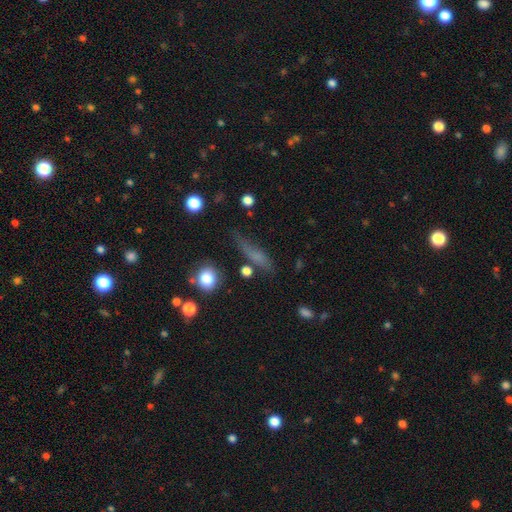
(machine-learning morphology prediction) This appears to be a smooth galaxy with no disk features (59%) that is cigar-shaped (68%). Merging: none (61%).